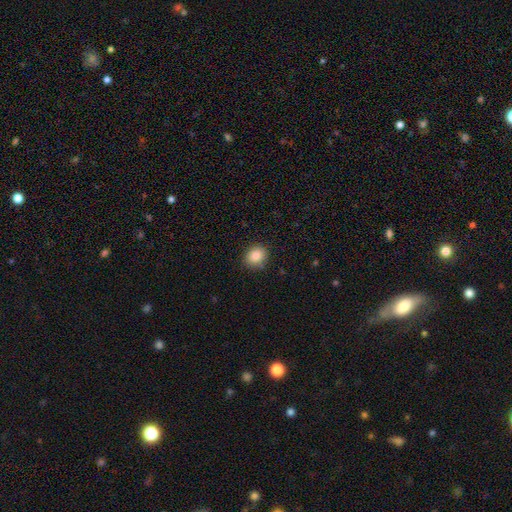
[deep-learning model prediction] The model was most divided on "how rounded": round: 67%, in between: 33%, cigar-shaped: 1%. More confident: smooth or featured — smooth (86%); merging — none (86%).